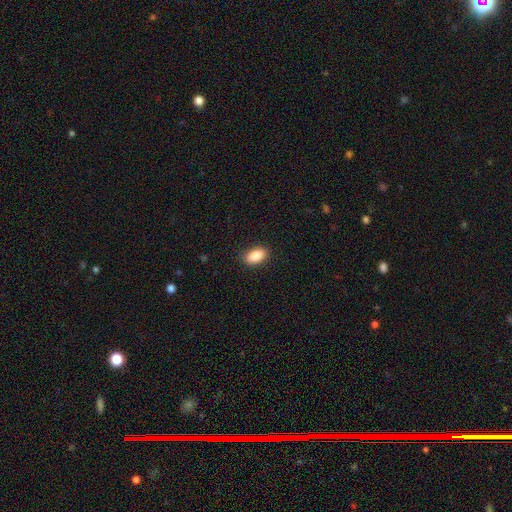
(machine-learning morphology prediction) A smooth galaxy with no disk features (89%) that is in between round and cigar-shaped (92%). Merging: none (88%).